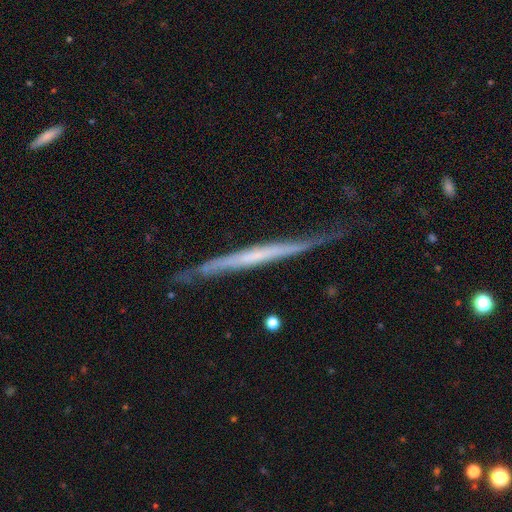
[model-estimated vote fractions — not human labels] Smooth or featured? Predicted: featured or disk (p=0.68). Edge-on disk? Predicted: yes (p=0.95). Edge-on bulge? Predicted: none (p=0.79). Merging? Predicted: none (p=0.69).